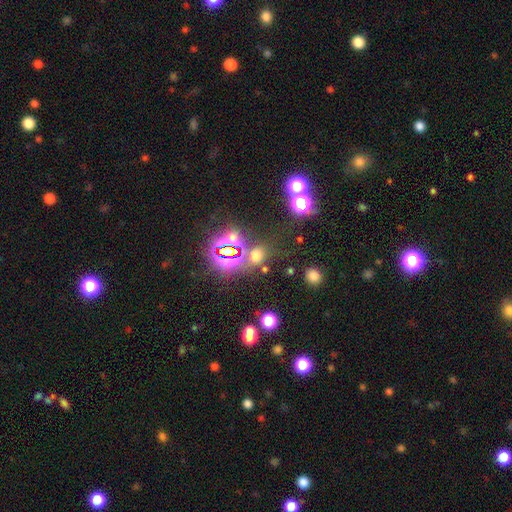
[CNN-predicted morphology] Q: Smooth or featured?
A: smooth (48%); runner-up: star or artifact (44%)
Q: Merging?
A: none (69%); runner-up: merger (12%)